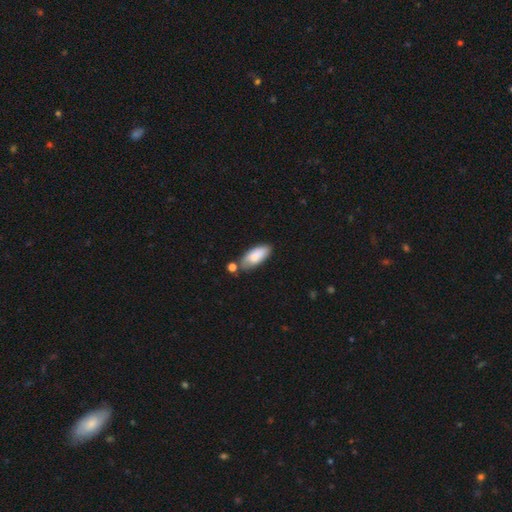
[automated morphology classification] smooth 80%, featured or disk 14%, star or artifact 6%. Down the decision tree: how rounded — in between (81%); merging — none (65%).